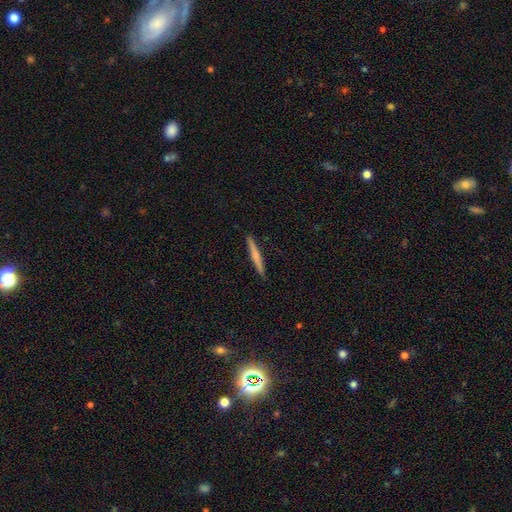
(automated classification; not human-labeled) Q: Smooth or featured?
A: smooth (63%); runner-up: featured or disk (32%)
Q: How rounded?
A: cigar-shaped (96%); runner-up: in between (3%)
Q: Merging?
A: none (92%); runner-up: minor disturbance (6%)